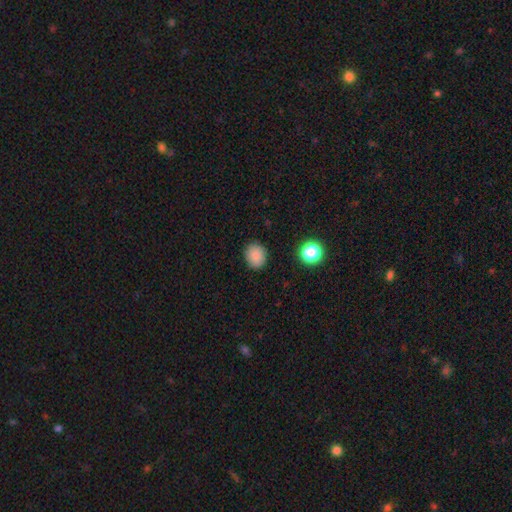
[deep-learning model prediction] A smooth galaxy with no disk features (86%) that is round (66%). Merging: none (89%).